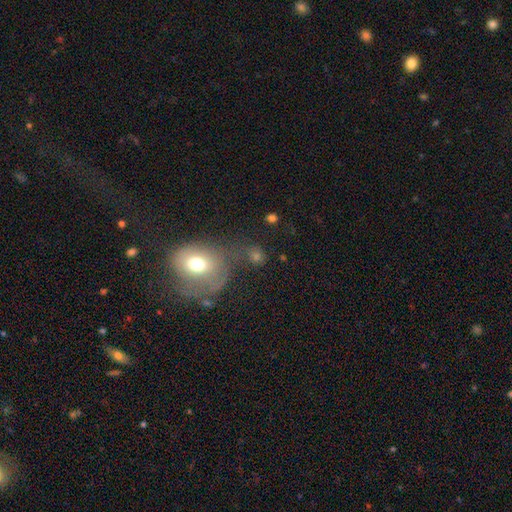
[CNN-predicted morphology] Q: Smooth or featured?
A: smooth (58%); runner-up: featured or disk (23%)
Q: How rounded?
A: round (66%); runner-up: in between (31%)
Q: Merging?
A: none (49%); runner-up: merger (18%)